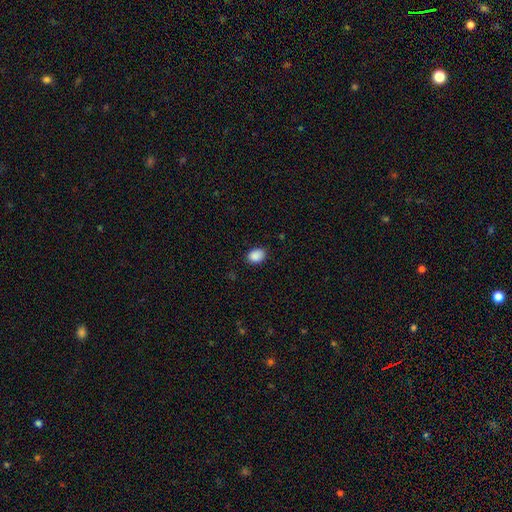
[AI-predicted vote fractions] Q: Smooth or featured?
A: smooth (89%); runner-up: star or artifact (8%)
Q: How rounded?
A: in between (69%); runner-up: round (30%)
Q: Merging?
A: none (84%); runner-up: minor disturbance (12%)